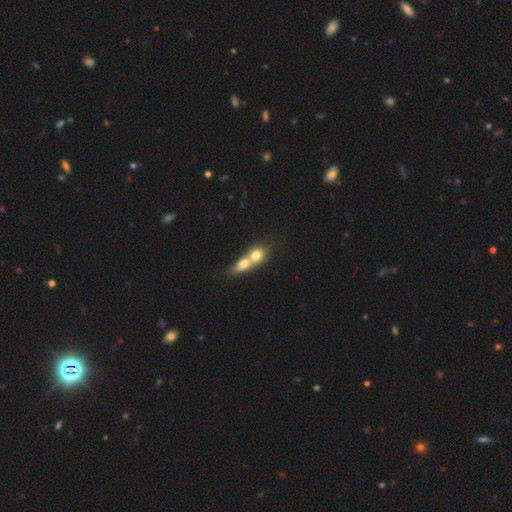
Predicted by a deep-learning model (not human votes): This appears to be a smooth galaxy with no disk features (70%) that is round (49%). Merging: merger (77%).